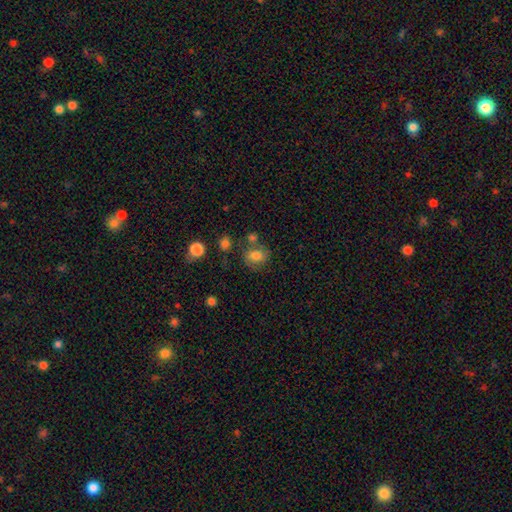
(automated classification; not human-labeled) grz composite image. It shows a smooth galaxy with no disk features (78%) that is round (64%). Merging: none (63%).